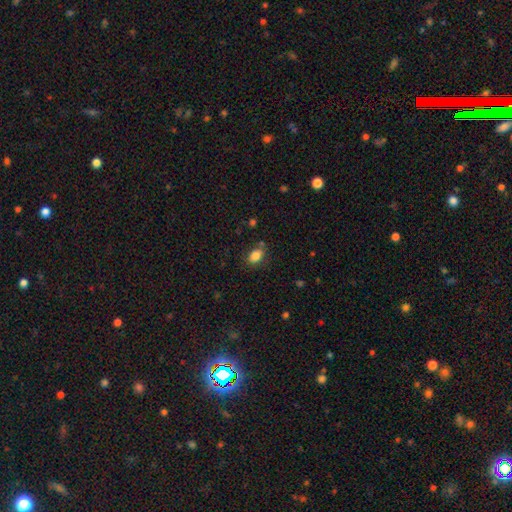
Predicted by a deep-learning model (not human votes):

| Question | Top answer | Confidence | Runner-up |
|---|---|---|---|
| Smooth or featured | smooth | 84% | star or artifact (10%) |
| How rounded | in between | 80% | round (19%) |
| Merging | none | 75% | minor disturbance (15%) |